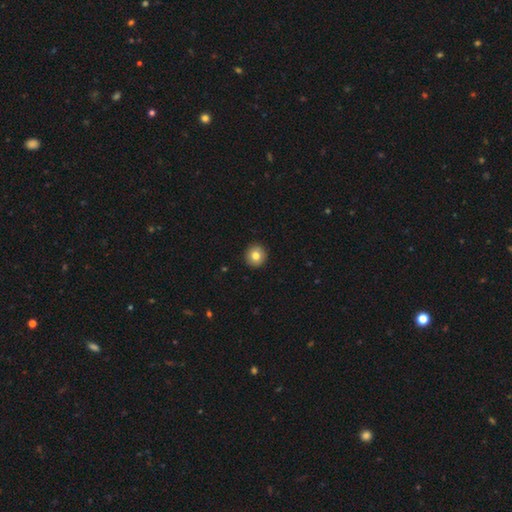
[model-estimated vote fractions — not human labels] smooth 81%, featured or disk 10%, star or artifact 9%. Down the decision tree: how rounded — round (92%); merging — none (93%).